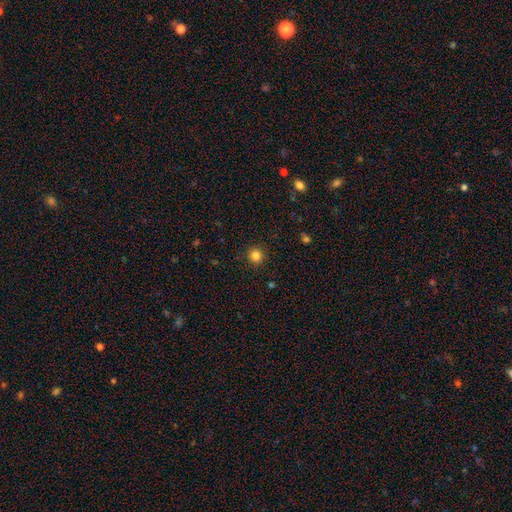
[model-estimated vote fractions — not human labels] Overall: smooth (83%). How rounded: round (92%). Merging: none (91%).